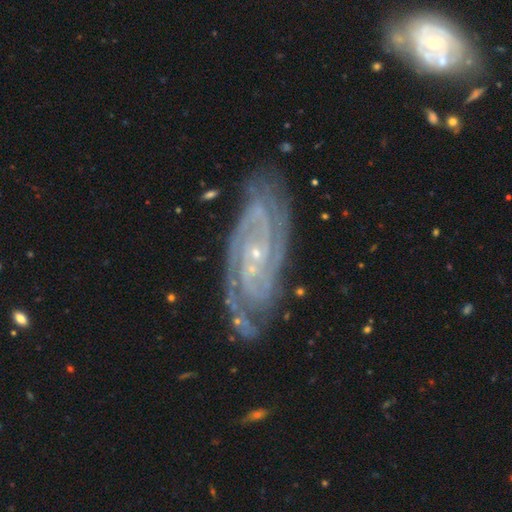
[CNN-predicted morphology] smooth-or-featured: featured or disk: 91% | star or artifact: 5% | smooth: 3%
  disk-edge-on: no: 95% | yes: 5%
    bar: no: 61% | weak: 27% | strong: 11%
    has-spiral-arms: yes: 99% | no: 1%
      spiral-winding: tight: 73% | medium: 23% | loose: 3%
      spiral-arm-count: 2: 46% | 3: 18% | can't tell: 13% | 4: 11% | more than 4: 7% | 1: 6%
    bulge-size: small: 83% | moderate: 14% | none: 2% | large: 1% | dominant: 1%
  merging: none: 79% | minor disturbance: 16% | major disturbance: 4% | merger: 2%